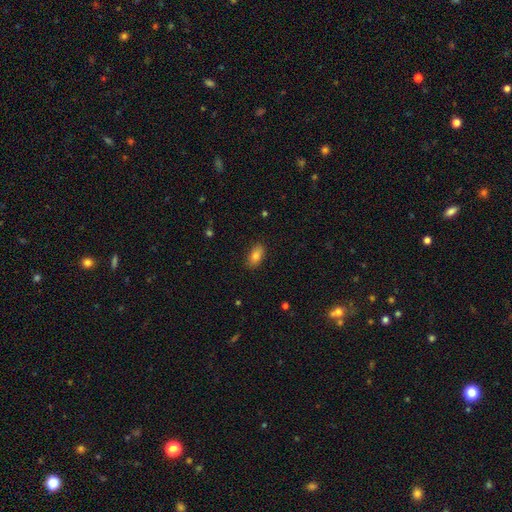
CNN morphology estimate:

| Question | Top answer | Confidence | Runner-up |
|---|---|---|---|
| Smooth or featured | smooth | 80% | featured or disk (11%) |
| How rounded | in between | 89% | cigar-shaped (6%) |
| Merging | none | 87% | minor disturbance (10%) |